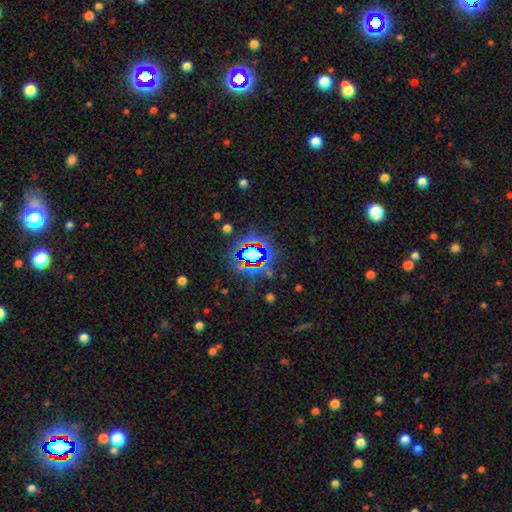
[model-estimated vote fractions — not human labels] Smooth or featured?
  - star or artifact: 69% *
  - smooth: 18%
  - featured or disk: 13%